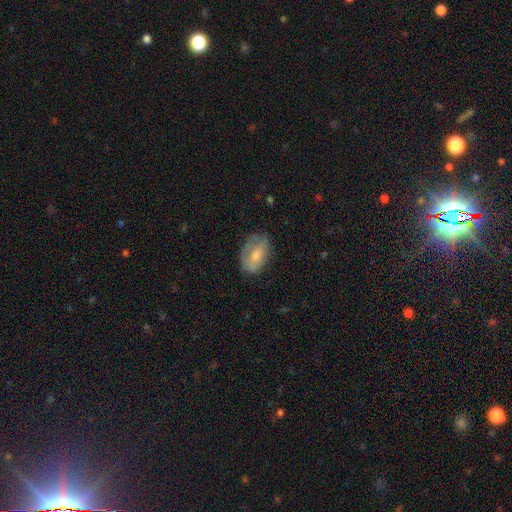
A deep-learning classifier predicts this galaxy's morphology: Q: Smooth or featured?
A: smooth (62%); runner-up: featured or disk (32%)
Q: How rounded?
A: in between (89%); runner-up: round (9%)
Q: Merging?
A: none (58%); runner-up: minor disturbance (29%)